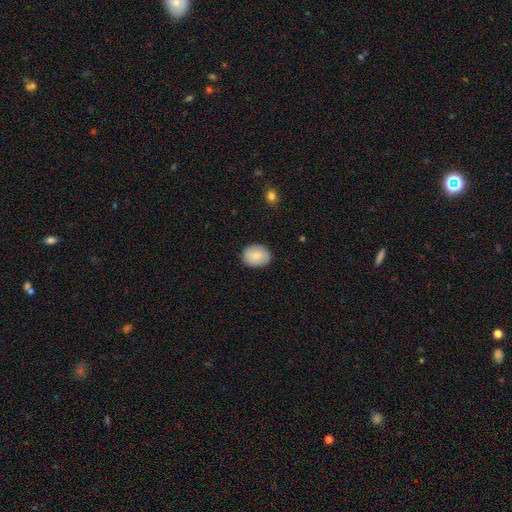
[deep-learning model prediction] This appears to be a smooth galaxy with no disk features (83%) that is in between round and cigar-shaped (53%). Merging: none (86%).